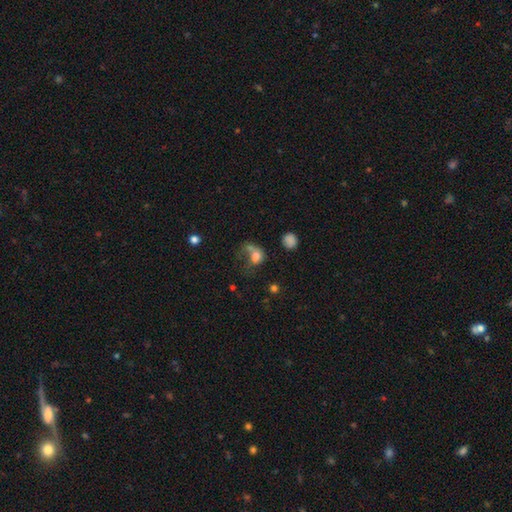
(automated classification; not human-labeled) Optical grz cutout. It shows a smooth galaxy with no disk features (67%) that is in between round and cigar-shaped (53%). Merging: major disturbance (38%).